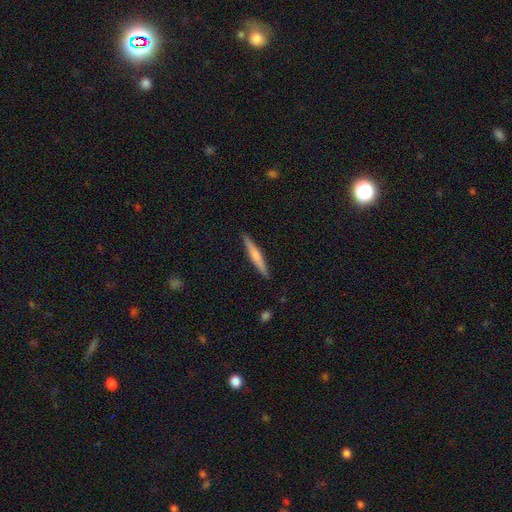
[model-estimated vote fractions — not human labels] Smooth or featured?
  - smooth: 57% *
  - featured or disk: 37%
  - star or artifact: 5%
How rounded?
  - cigar-shaped: 94% *
  - in between: 4%
  - round: 1%
Merging?
  - none: 90% *
  - minor disturbance: 7%
  - major disturbance: 1%
  - merger: 1%